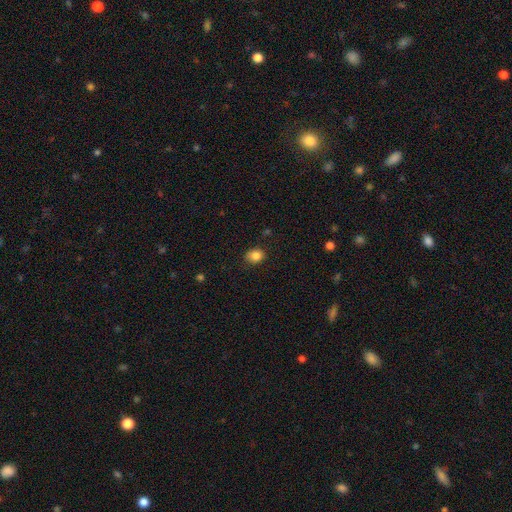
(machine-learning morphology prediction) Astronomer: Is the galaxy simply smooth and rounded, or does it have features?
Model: smooth — 85%.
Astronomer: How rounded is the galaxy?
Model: round — 56% (runner-up: in between, 43%).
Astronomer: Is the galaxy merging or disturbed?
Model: none — 82%.